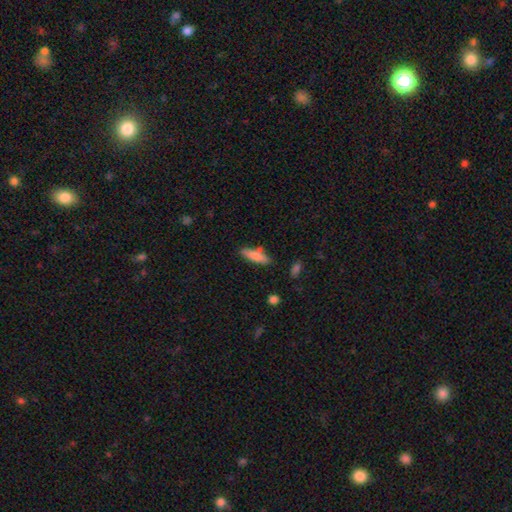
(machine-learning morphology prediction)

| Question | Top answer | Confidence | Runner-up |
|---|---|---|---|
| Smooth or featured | smooth | 81% | featured or disk (12%) |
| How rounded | cigar-shaped | 63% | in between (35%) |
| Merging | none | 77% | minor disturbance (14%) |